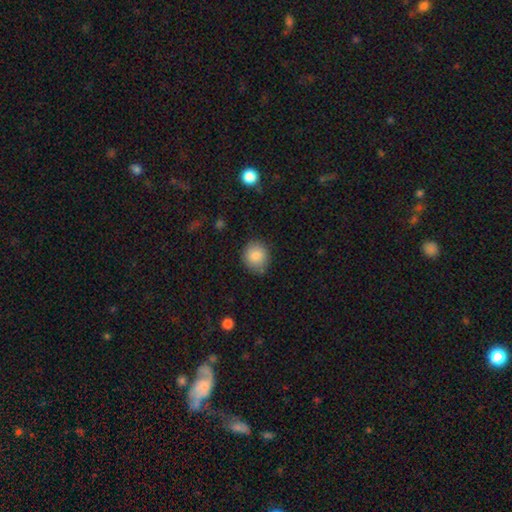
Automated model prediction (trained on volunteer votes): The model was most divided on "how rounded": round: 81%, in between: 18%, cigar-shaped: 1%. More confident: smooth or featured — smooth (86%); merging — none (82%).